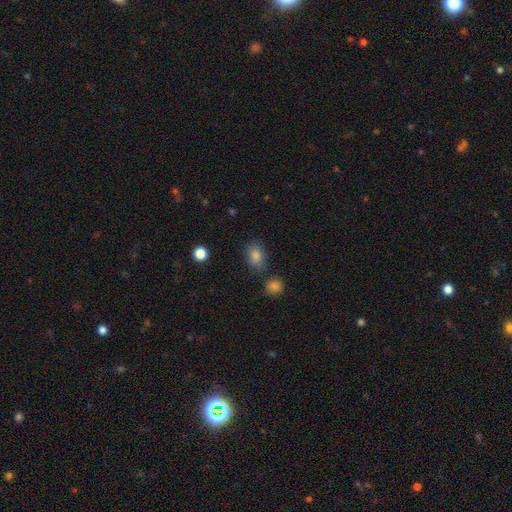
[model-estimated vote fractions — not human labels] Morphology: type=smooth (82%); roundness=in between (70%); merging=none (77%).